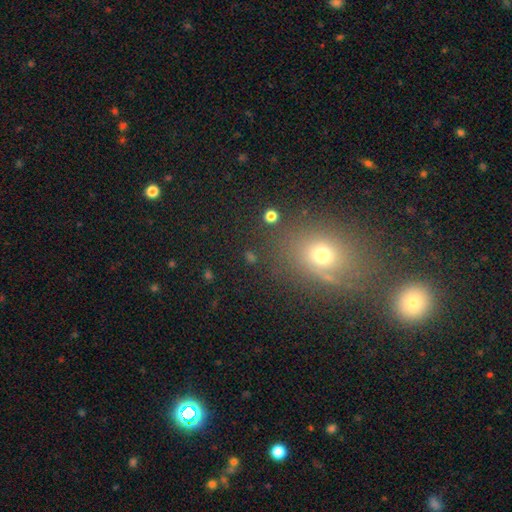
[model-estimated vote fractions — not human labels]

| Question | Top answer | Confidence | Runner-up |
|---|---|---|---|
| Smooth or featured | smooth | 53% | star or artifact (33%) |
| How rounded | round | 52% | in between (46%) |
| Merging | none | 73% | minor disturbance (12%) |